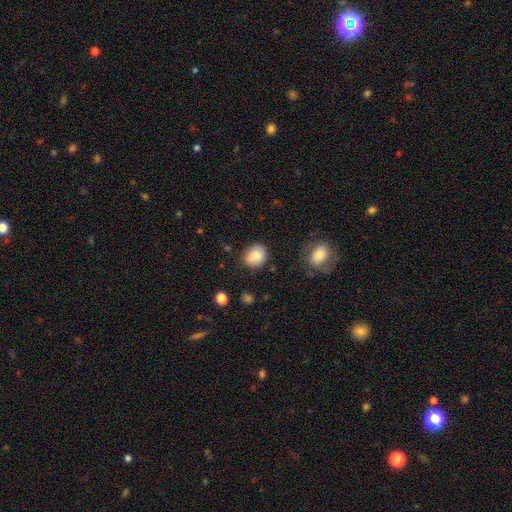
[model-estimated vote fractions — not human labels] Overall: smooth (82%). How rounded: round (71%). Merging: none (78%).